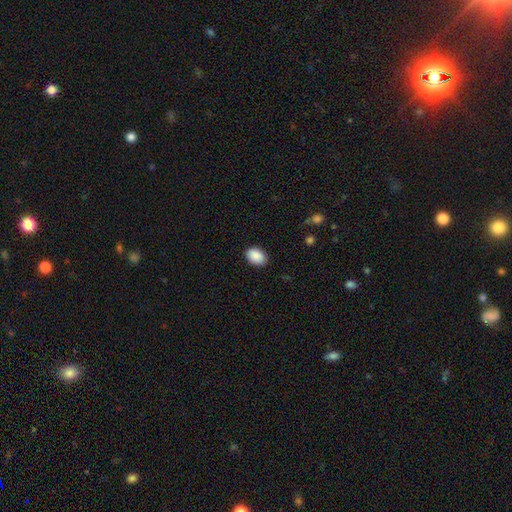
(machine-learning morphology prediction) type=smooth (90%); roundness=in between (85%); merging=none (88%).